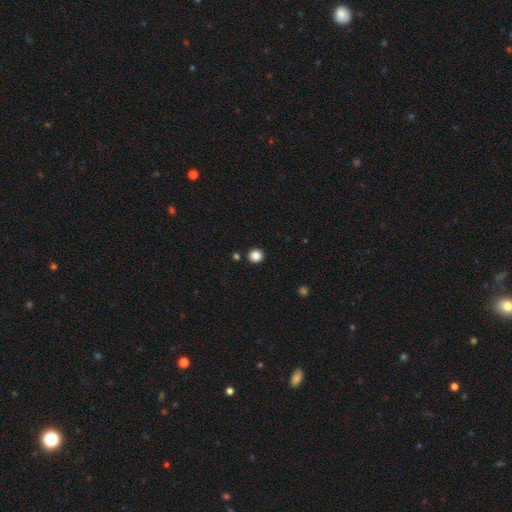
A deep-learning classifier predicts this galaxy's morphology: smooth-or-featured: smooth: 87% | star or artifact: 11% | featured or disk: 3%
  how-rounded: round: 93% | in between: 6% | cigar-shaped: 1%
  merging: none: 91% | minor disturbance: 5% | merger: 3% | major disturbance: 2%